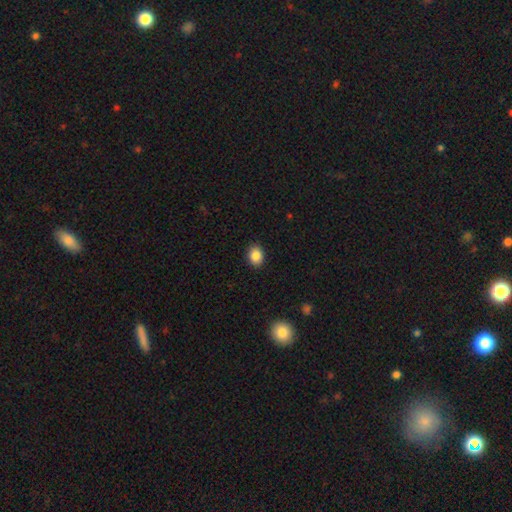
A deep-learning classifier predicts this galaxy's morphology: smooth_or_featured: smooth (p=0.87) [alt: star or artifact p=0.09]
how_rounded: in between (p=0.57) [alt: round p=0.42]
merging: none (p=0.90) [alt: minor disturbance p=0.07]